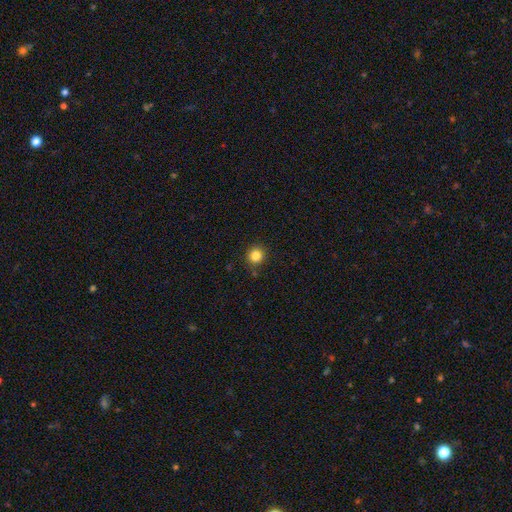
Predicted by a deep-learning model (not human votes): Smooth or featured: smooth — 84% (star or artifact — 12%)
How rounded: round — 91% (in between — 8%)
Merging: none — 87% (minor disturbance — 8%)